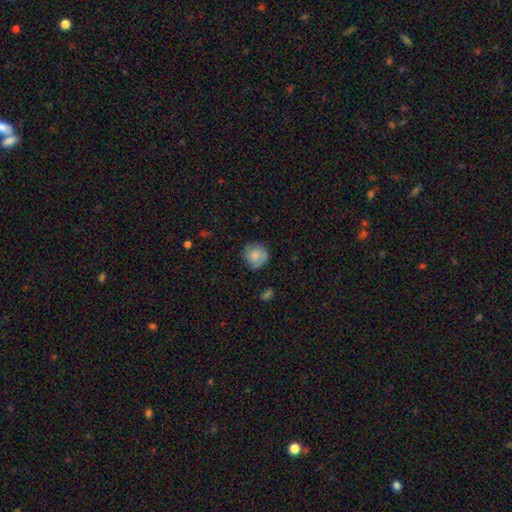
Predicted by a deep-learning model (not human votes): Smooth or featured? smooth (74%)
How rounded? round (86%)
Merging? none (69%)